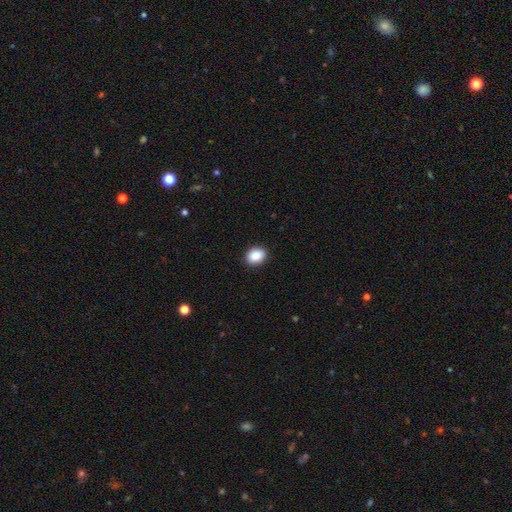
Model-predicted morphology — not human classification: Overall: smooth (90%). How rounded: in between (62%; round 37%). Merging: none (90%).